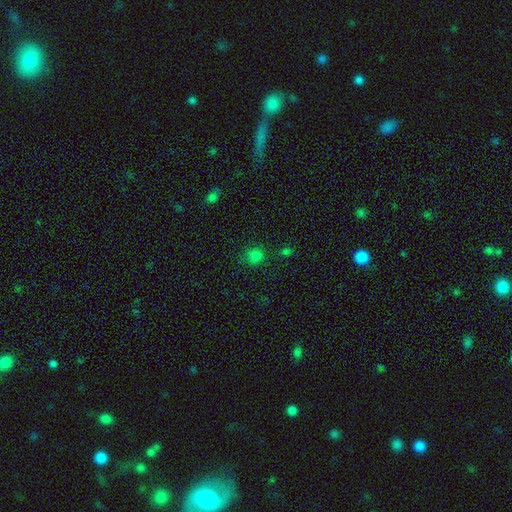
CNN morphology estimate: Smooth or featured?
  - smooth: 76% *
  - star or artifact: 19%
  - featured or disk: 5%
How rounded?
  - round: 82% *
  - in between: 17%
  - cigar-shaped: 1%
Merging?
  - none: 76% *
  - minor disturbance: 14%
  - merger: 5%
  - major disturbance: 5%